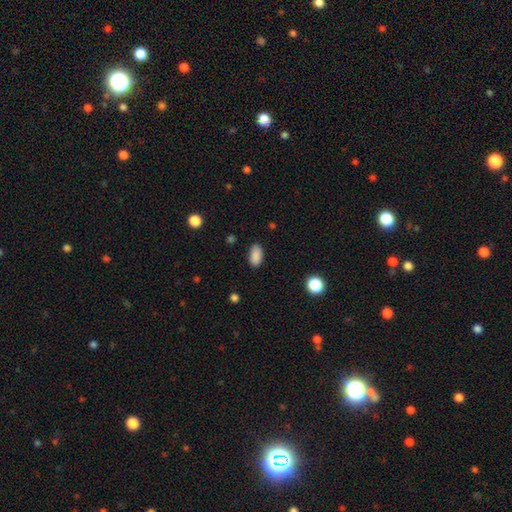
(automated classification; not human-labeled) Q: Smooth or featured?
A: smooth (89%); runner-up: star or artifact (8%)
Q: How rounded?
A: in between (94%); runner-up: round (4%)
Q: Merging?
A: none (85%); runner-up: minor disturbance (12%)